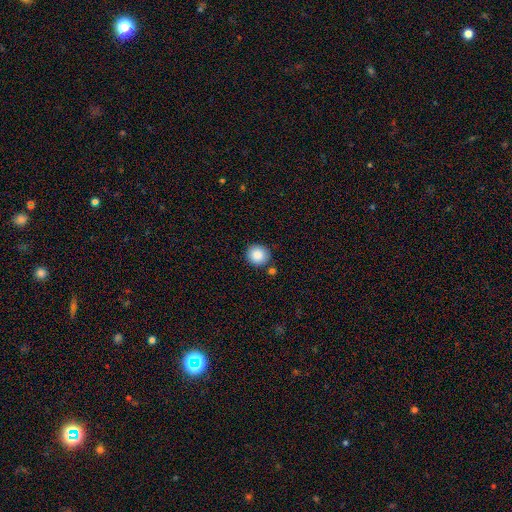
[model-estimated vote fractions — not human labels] A smooth galaxy with no disk features (87%) that is round (90%). Merging: none (83%).